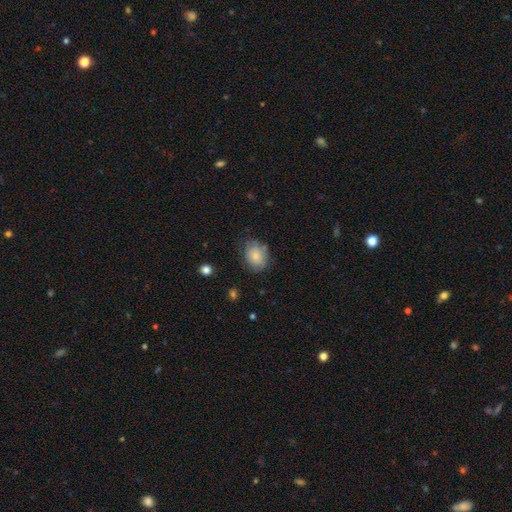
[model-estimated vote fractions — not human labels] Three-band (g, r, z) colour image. It shows a smooth galaxy with no disk features (75%) that is round (50%). Merging: none (67%).